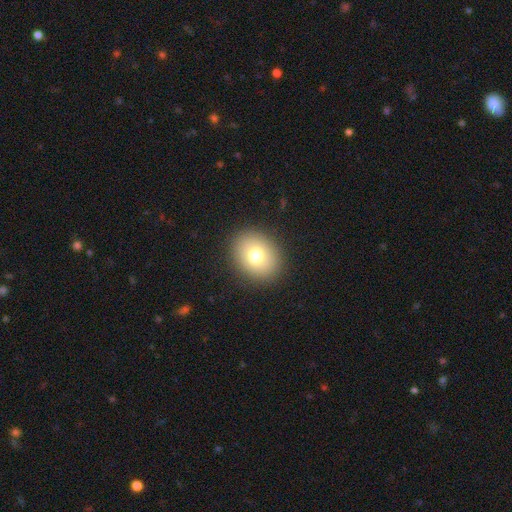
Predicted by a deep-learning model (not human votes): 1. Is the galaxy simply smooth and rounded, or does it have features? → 75% smooth, 14% featured or disk, 12% star or artifact.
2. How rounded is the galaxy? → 56% round, 43% in between, 1% cigar-shaped.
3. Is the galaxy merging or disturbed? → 89% none, 7% minor disturbance, 3% major disturbance, 1% merger.